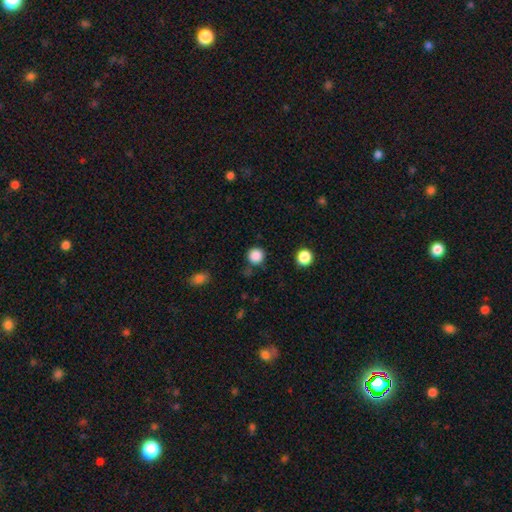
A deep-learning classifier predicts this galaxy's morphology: smooth-or-featured: smooth: 86% | star or artifact: 11% | featured or disk: 3%
  how-rounded: round: 94% | in between: 5% | cigar-shaped: 1%
  merging: none: 85% | minor disturbance: 9% | merger: 3% | major disturbance: 3%